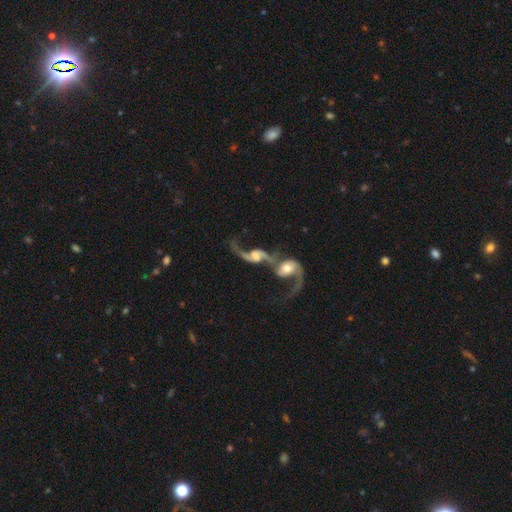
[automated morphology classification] Smooth or featured: featured or disk — 86% (smooth — 9%)
Edge-on disk: no — 94% (yes — 6%)
Bar: no — 40% (tied with weak — 40%)
Spiral arms: yes — 94% (no — 6%)
Spiral winding: loose — 84% (medium — 13%)
Spiral arm count: 2 — 86% (1 — 8%)
Bulge size: moderate — 48% (small — 23%)
Merging: merger — 72% (none — 14%)